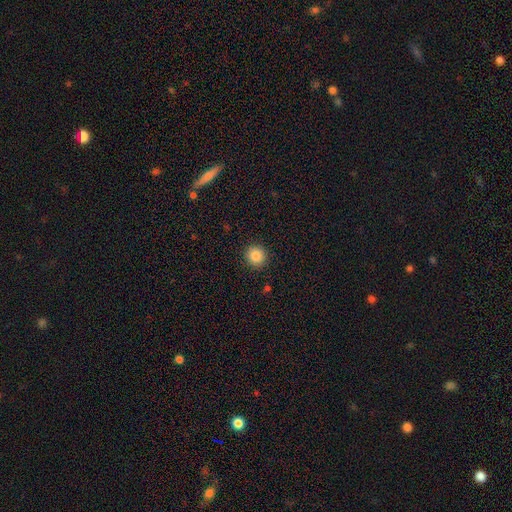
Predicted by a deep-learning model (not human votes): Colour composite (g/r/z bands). It shows a smooth galaxy with no disk features (86%) that is round (93%). Merging: none (92%).